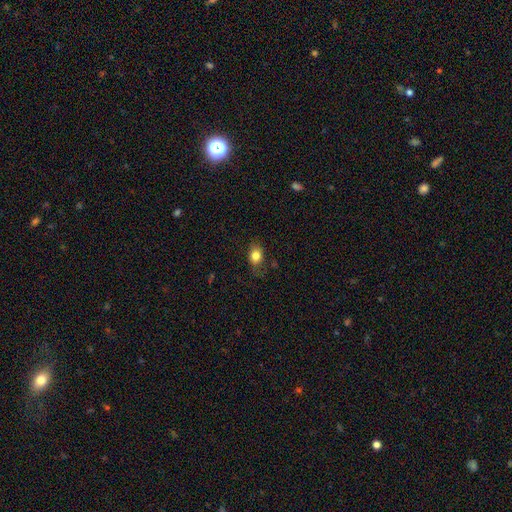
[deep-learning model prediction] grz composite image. It shows a smooth galaxy with no disk features (81%) that is in between round and cigar-shaped (67%). Merging: none (74%).